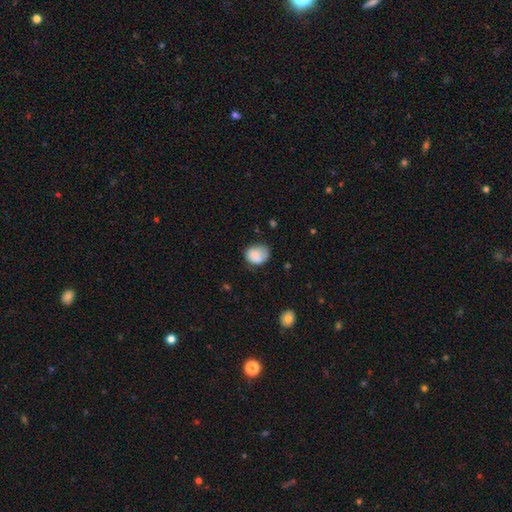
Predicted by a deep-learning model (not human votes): Morphology: type=smooth (81%); roundness=round (54%); merging=none (54%).